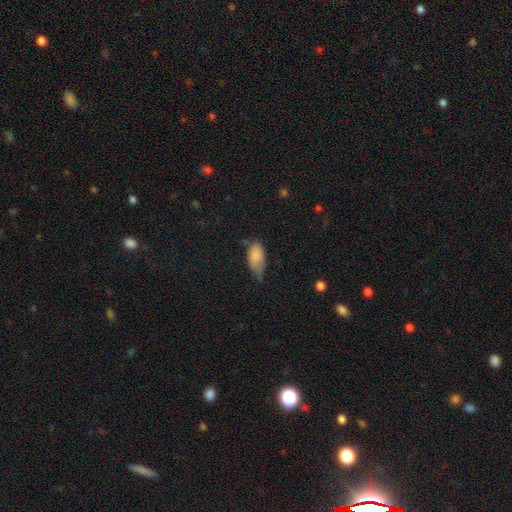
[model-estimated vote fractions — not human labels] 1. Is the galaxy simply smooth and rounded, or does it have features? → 84% smooth, 8% featured or disk, 8% star or artifact.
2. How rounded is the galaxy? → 92% in between, 5% cigar-shaped, 3% round.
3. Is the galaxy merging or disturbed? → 49% minor disturbance, 32% none, 15% major disturbance, 3% merger.